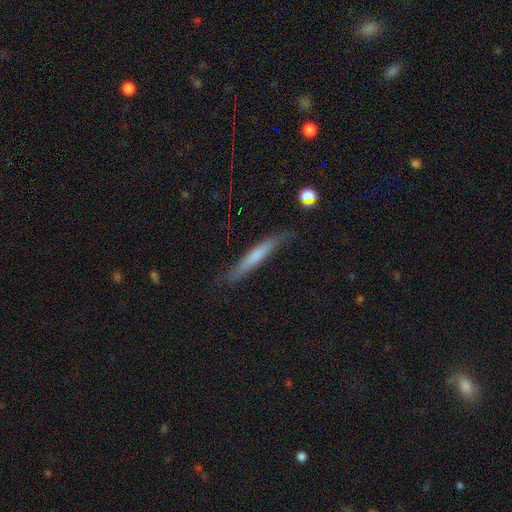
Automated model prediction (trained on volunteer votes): Smooth or featured: smooth — 58% (featured or disk — 35%)
How rounded: cigar-shaped — 94% (in between — 5%)
Merging: none — 80% (minor disturbance — 15%)